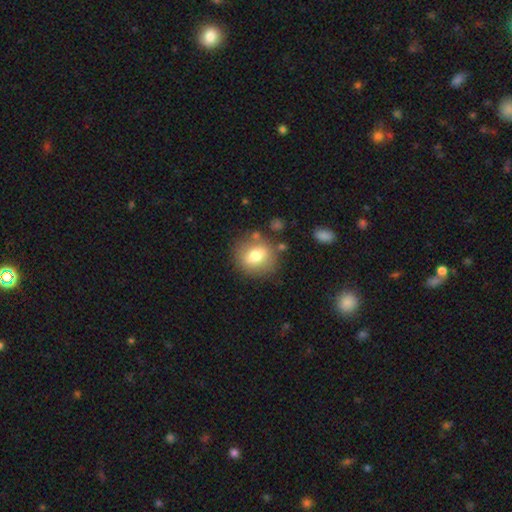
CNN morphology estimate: A smooth galaxy with no disk features (67%) that is round (66%).

Vote fractions:
- Smooth or featured? smooth: 67% / featured or disk: 24% / star or artifact: 9%
- How rounded? round: 66% / in between: 32% / cigar-shaped: 2%
- Merging? none: 78% / minor disturbance: 13% / merger: 5% / major disturbance: 5%